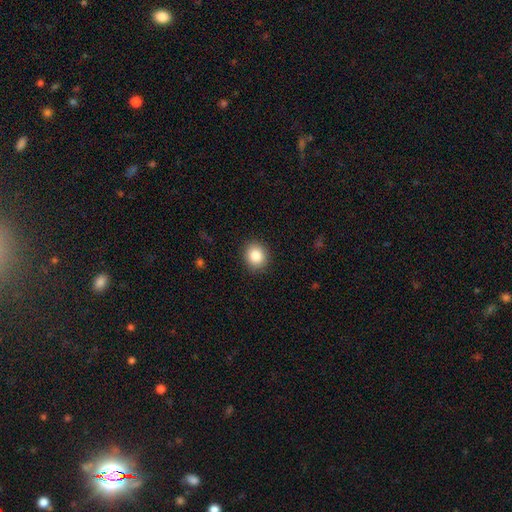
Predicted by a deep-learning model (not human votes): smooth-or-featured: smooth: 85% | star or artifact: 9% | featured or disk: 6%
  how-rounded: round: 76% | in between: 23% | cigar-shaped: 1%
  merging: none: 90% | minor disturbance: 7% | major disturbance: 2% | merger: 1%